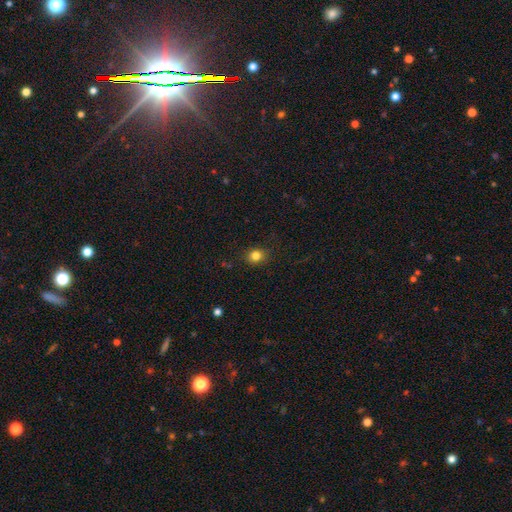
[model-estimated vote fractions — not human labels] A smooth galaxy with no disk features (82%) that is round (73%). Merging: none (85%).